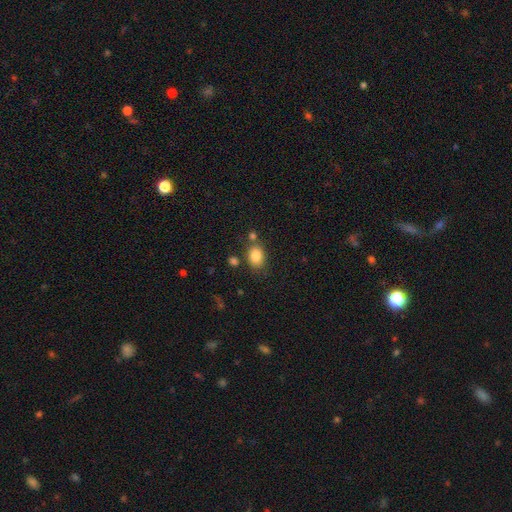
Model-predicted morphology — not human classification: Smooth or featured? Predicted: smooth (p=0.84). How rounded? Predicted: in between (p=0.73). Merging? Predicted: none (p=0.70).